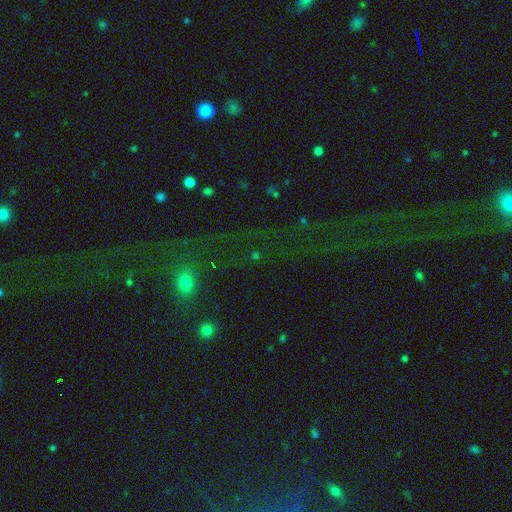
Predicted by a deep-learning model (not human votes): A star or artifact, not a galaxy (58%).